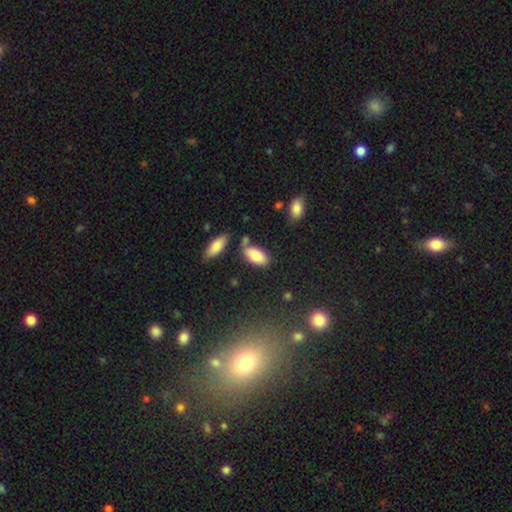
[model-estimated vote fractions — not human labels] Smooth or featured? smooth (83%)
How rounded? in between (92%)
Merging? none (66%)